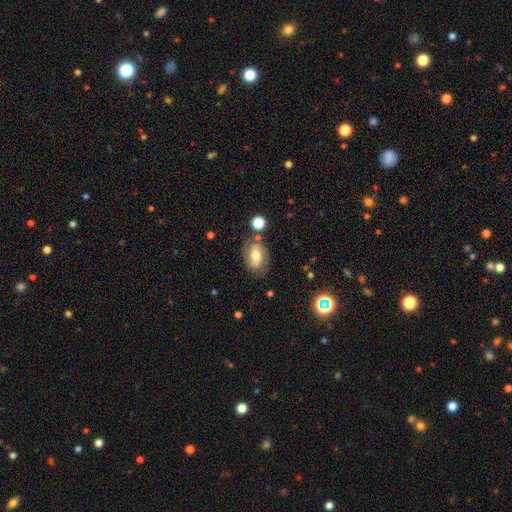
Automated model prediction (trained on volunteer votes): smooth 50%, featured or disk 40%, star or artifact 9%. Down the decision tree: how rounded — in between (83%); merging — none (71%).